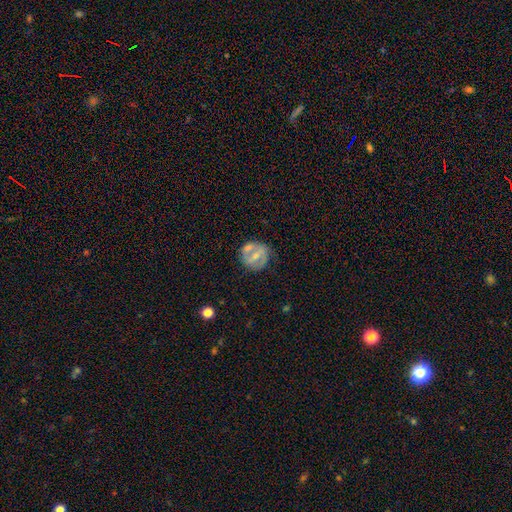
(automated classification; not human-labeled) featured or disk 51%, smooth 42%, star or artifact 7%. Down the decision tree: edge-on disk — no (95%); merging — none (59%).